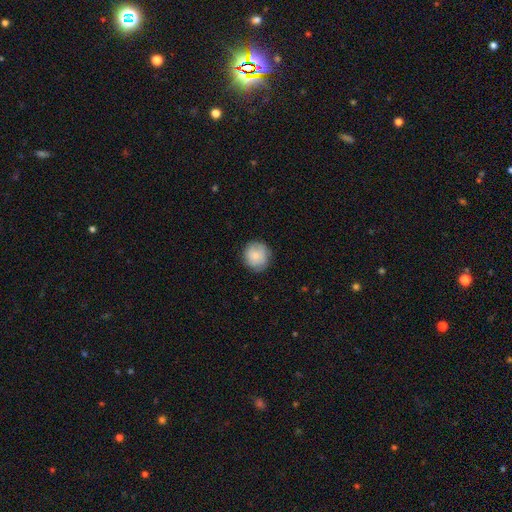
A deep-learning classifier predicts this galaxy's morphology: The model was most divided on "smooth or featured": smooth: 81%, featured or disk: 12%, star or artifact: 7%. More confident: how rounded — round (90%); merging — none (83%).